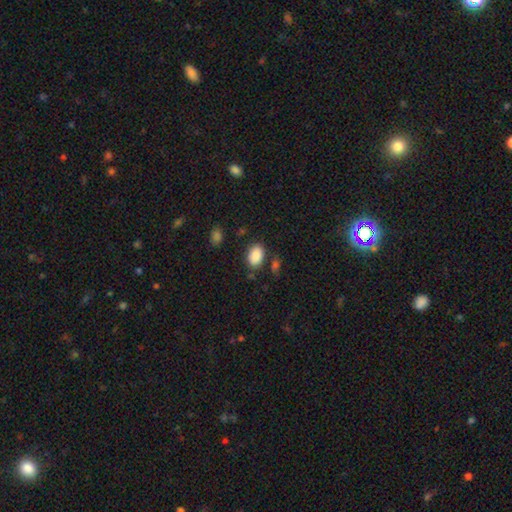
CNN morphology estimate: Overall: smooth (88%). How rounded: in between (86%). Merging: none (79%).